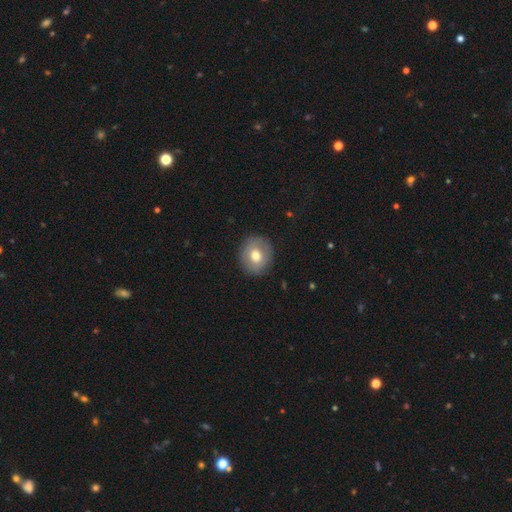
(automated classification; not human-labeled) Morphology: type=smooth (68%); roundness=round (79%); merging=none (87%).